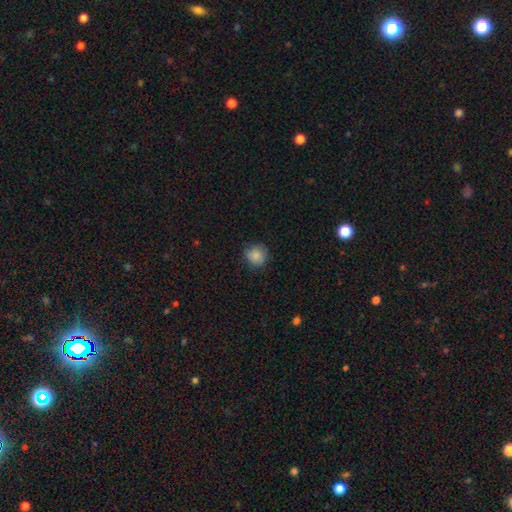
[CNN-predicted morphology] smooth-or-featured: smooth: 84% | star or artifact: 9% | featured or disk: 8%
  how-rounded: round: 86% | in between: 13% | cigar-shaped: 1%
  merging: none: 75% | minor disturbance: 19% | major disturbance: 4% | merger: 1%